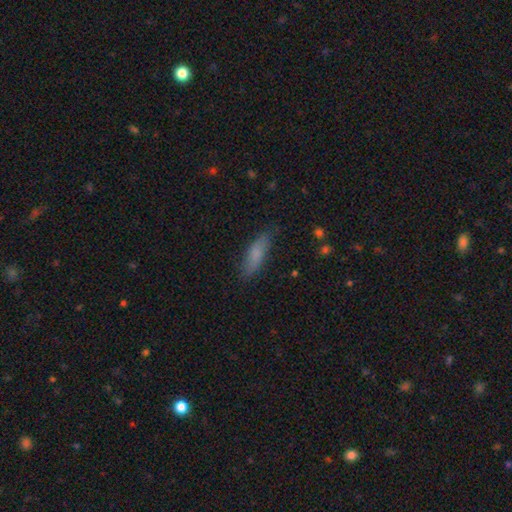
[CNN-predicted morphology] Smooth or featured?
  - smooth: 80% *
  - featured or disk: 13%
  - star or artifact: 7%
How rounded?
  - cigar-shaped: 52% *
  - in between: 46%
  - round: 2%
Merging?
  - none: 80% *
  - minor disturbance: 16%
  - major disturbance: 3%
  - merger: 1%